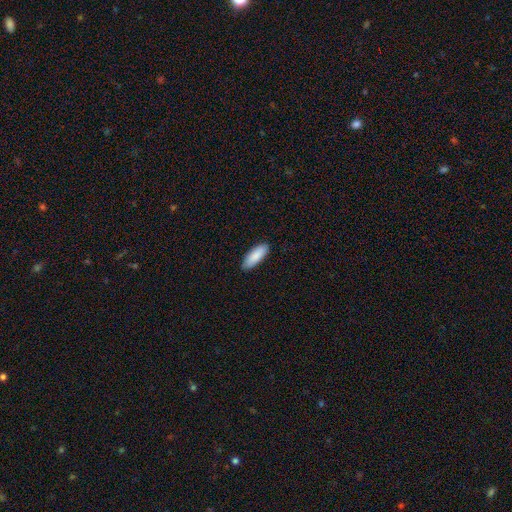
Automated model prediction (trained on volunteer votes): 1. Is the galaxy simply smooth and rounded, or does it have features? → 89% smooth, 6% featured or disk, 5% star or artifact.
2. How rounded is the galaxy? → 69% in between, 30% cigar-shaped, 2% round.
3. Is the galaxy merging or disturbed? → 89% none, 9% minor disturbance, 2% major disturbance, 1% merger.